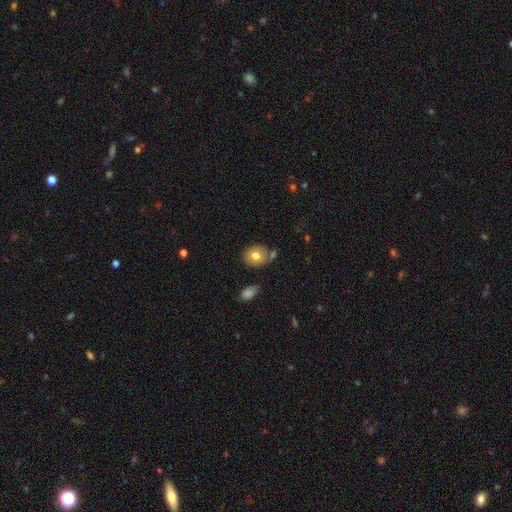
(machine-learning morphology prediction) The model was most divided on "how rounded": round: 56%, in between: 43%, cigar-shaped: 1%. More confident: smooth or featured — smooth (77%); merging — none (66%).